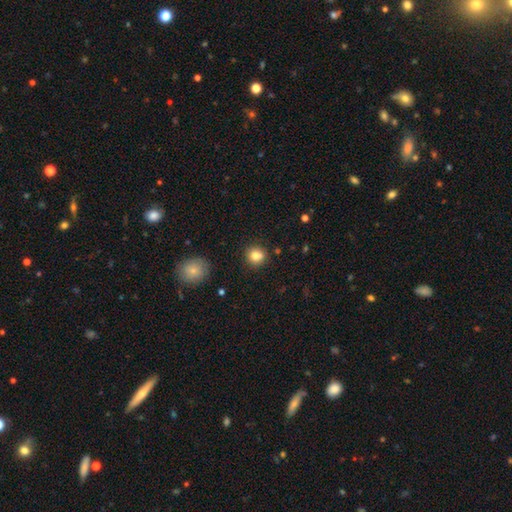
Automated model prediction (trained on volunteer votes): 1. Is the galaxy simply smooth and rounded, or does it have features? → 81% smooth, 11% star or artifact, 8% featured or disk.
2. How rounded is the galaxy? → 86% round, 13% in between, 1% cigar-shaped.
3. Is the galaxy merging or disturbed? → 80% none, 11% minor disturbance, 6% merger, 3% major disturbance.